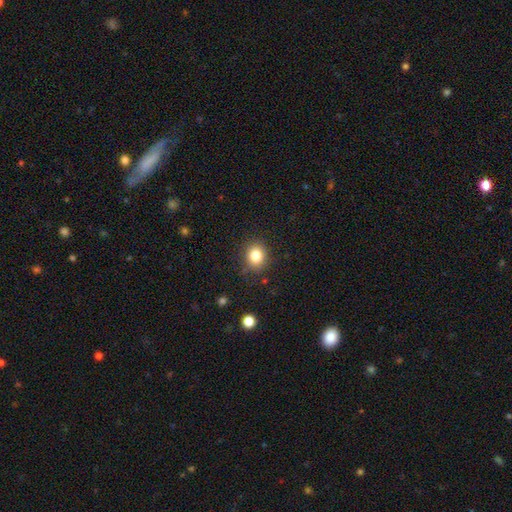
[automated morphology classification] Smooth or featured: smooth — 82% (star or artifact — 11%)
How rounded: round — 73% (in between — 26%)
Merging: none — 86% (minor disturbance — 10%)